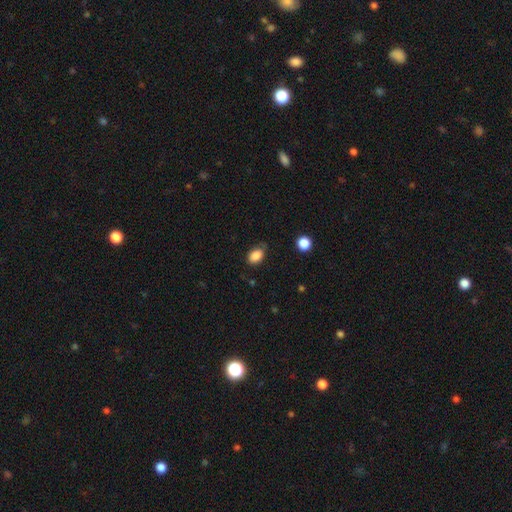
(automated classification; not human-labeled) This appears to be a smooth galaxy with no disk features (86%) that is in between round and cigar-shaped (85%). Merging: none (71%).